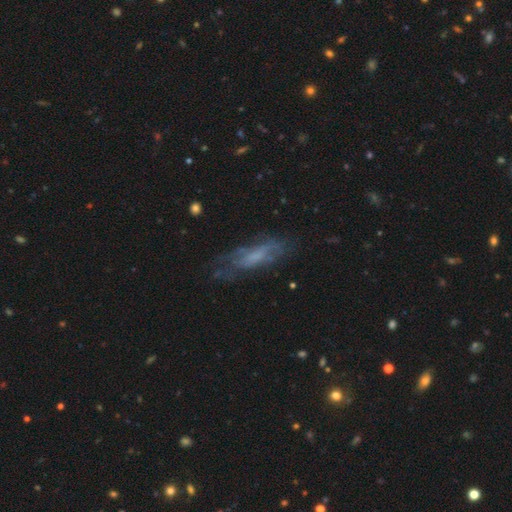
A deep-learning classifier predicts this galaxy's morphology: Smooth or featured?
  - featured or disk: 52% *
  - smooth: 38%
  - star or artifact: 11%
Edge-on disk?
  - no: 71% *
  - yes: 29%
Merging?
  - none: 59% *
  - minor disturbance: 24%
  - major disturbance: 15%
  - merger: 2%